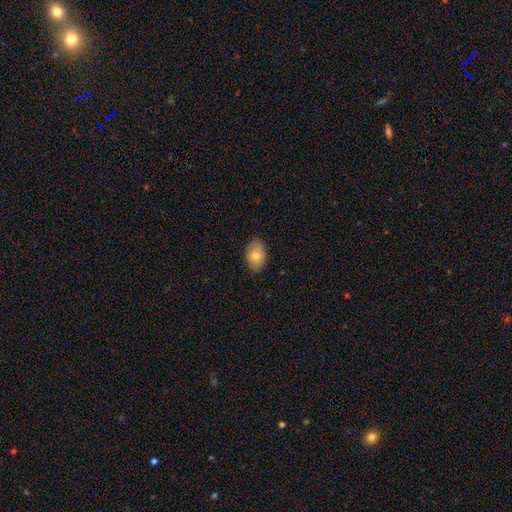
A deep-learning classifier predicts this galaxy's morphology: type=smooth (76%); roundness=in between (88%); merging=none (85%).